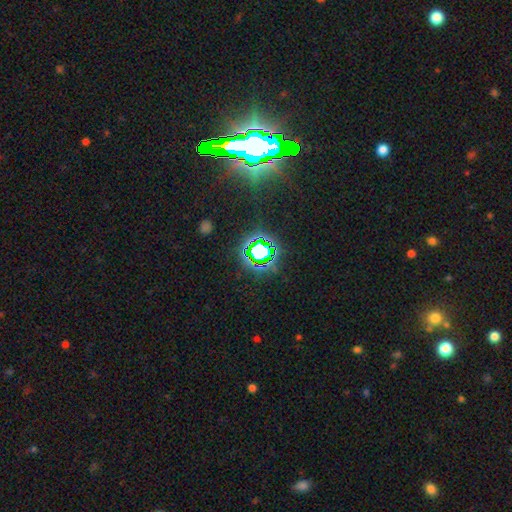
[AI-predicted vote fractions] smooth-or-featured: star or artifact: 83% | smooth: 10% | featured or disk: 8%